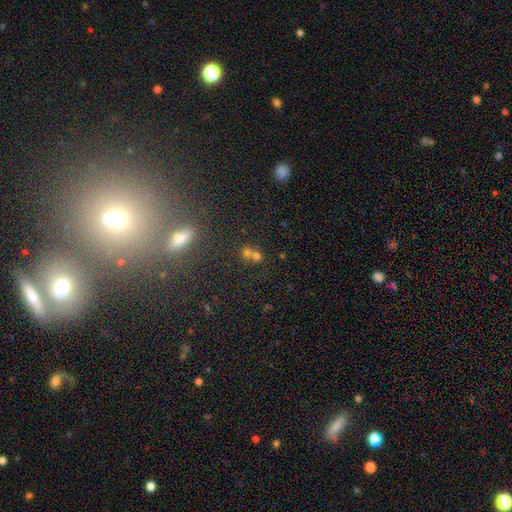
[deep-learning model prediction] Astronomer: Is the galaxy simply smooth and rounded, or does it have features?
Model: smooth — 60%.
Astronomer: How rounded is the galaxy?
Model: round — 79%.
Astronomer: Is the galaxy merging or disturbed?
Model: merger — 49% (runner-up: none, 40%).